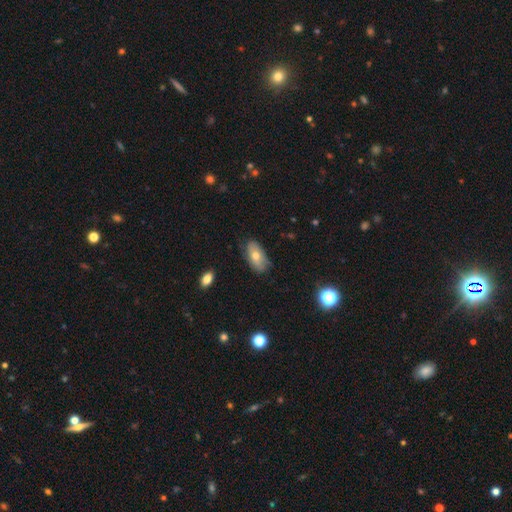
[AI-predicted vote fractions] The model was most divided on "smooth or featured": smooth: 63%, featured or disk: 29%, star or artifact: 8%. More confident: how rounded — in between (92%); merging — none (74%).